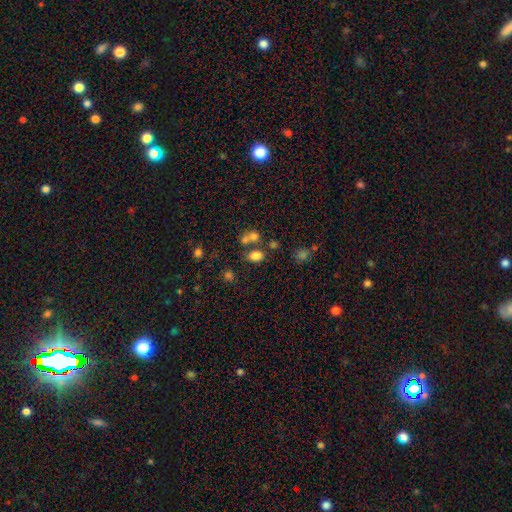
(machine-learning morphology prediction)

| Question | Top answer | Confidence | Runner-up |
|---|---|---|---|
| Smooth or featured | smooth | 77% | star or artifact (15%) |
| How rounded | in between | 74% | round (24%) |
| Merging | none | 57% | merger (26%) |